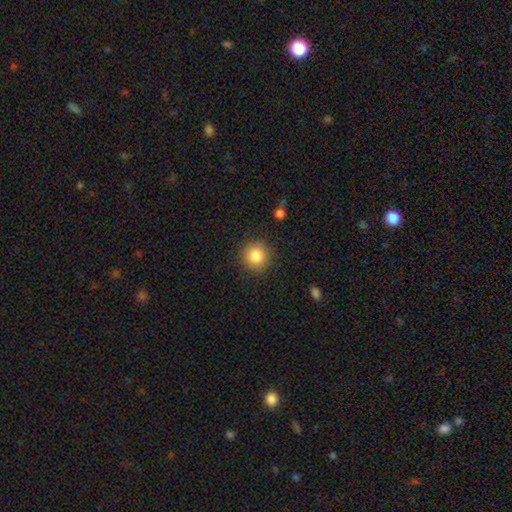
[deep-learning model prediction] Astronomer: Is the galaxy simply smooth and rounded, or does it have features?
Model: smooth — 85%.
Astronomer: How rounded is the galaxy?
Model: round — 94%.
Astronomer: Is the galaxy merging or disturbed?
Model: none — 89%.